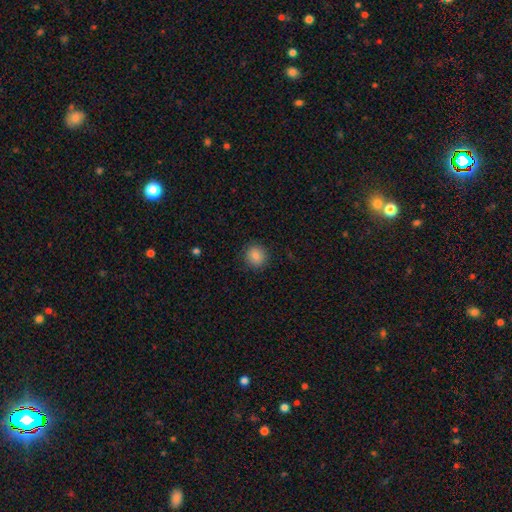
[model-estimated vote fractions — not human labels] Smooth or featured?
  - smooth: 84% *
  - star or artifact: 10%
  - featured or disk: 6%
How rounded?
  - round: 88% *
  - in between: 11%
  - cigar-shaped: 1%
Merging?
  - none: 89% *
  - minor disturbance: 7%
  - major disturbance: 3%
  - merger: 1%